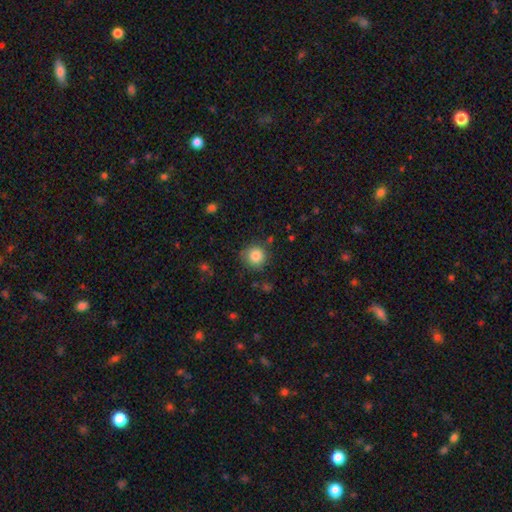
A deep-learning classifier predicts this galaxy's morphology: Smooth or featured? Predicted: smooth (p=0.84). How rounded? Predicted: round (p=0.93). Merging? Predicted: none (p=0.82).